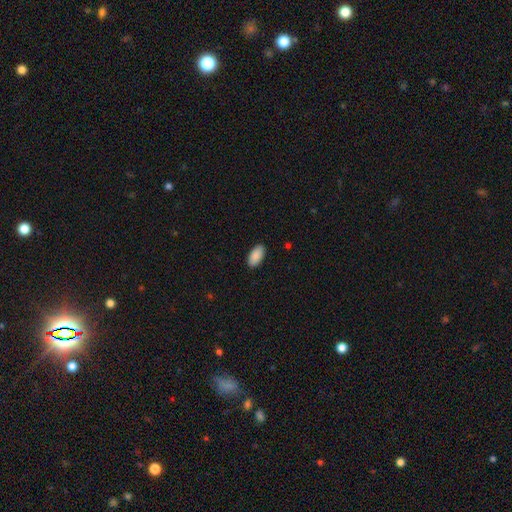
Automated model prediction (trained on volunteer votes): Smooth or featured?
  - smooth: 91% *
  - star or artifact: 6%
  - featured or disk: 3%
How rounded?
  - in between: 95% *
  - cigar-shaped: 3%
  - round: 2%
Merging?
  - none: 90% *
  - minor disturbance: 8%
  - major disturbance: 2%
  - merger: 1%